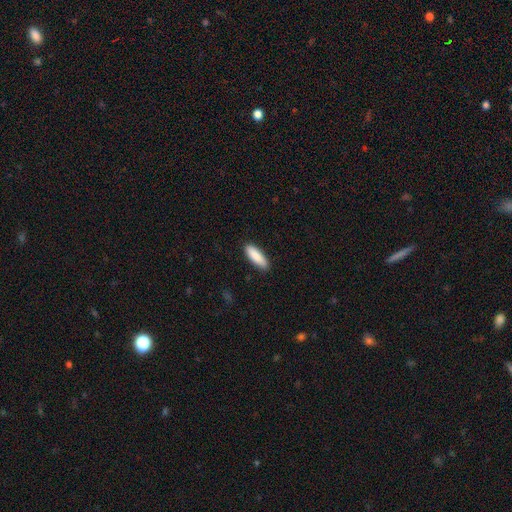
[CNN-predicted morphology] A smooth galaxy with no disk features (89%) that is in between round and cigar-shaped (52%).

Vote fractions:
- Smooth or featured? smooth: 89% / star or artifact: 6% / featured or disk: 5%
- How rounded? in between: 52% / cigar-shaped: 46% / round: 2%
- Merging? none: 89% / minor disturbance: 9% / major disturbance: 2% / merger: 1%